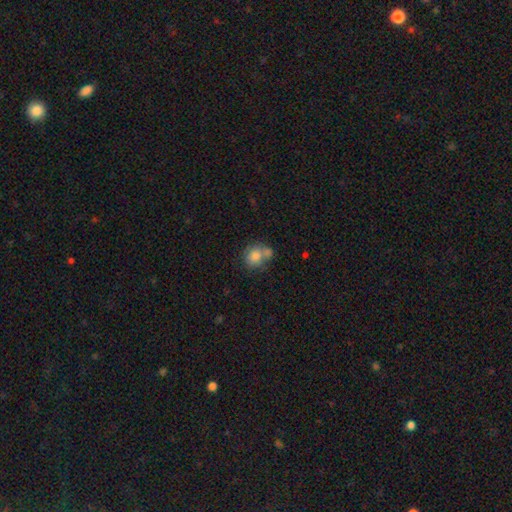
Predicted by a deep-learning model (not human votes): smooth-or-featured: smooth: 79% | featured or disk: 12% | star or artifact: 9%
  how-rounded: round: 72% | in between: 27% | cigar-shaped: 1%
  merging: none: 41% | merger: 40% | minor disturbance: 13% | major disturbance: 6%